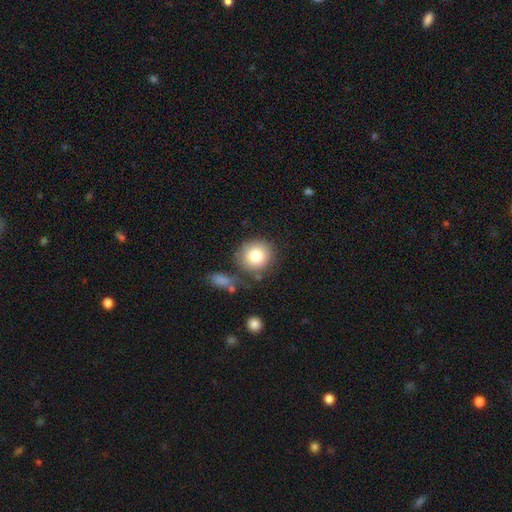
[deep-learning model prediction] smooth_or_featured: smooth (p=0.81) [alt: featured or disk p=0.10]
how_rounded: round (p=0.88) [alt: in between p=0.11]
merging: none (p=0.73) [alt: minor disturbance p=0.14]